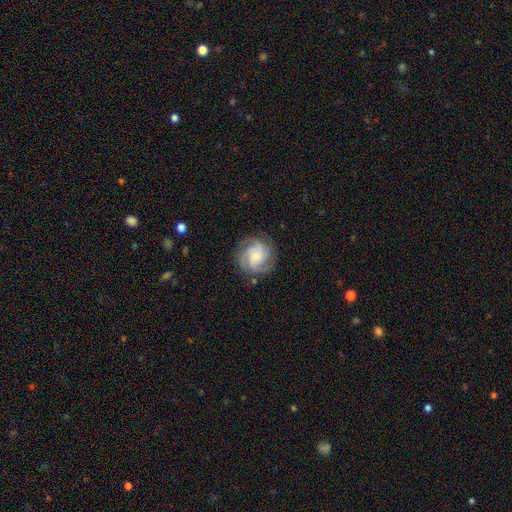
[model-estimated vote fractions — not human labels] Smooth or featured? featured or disk (83%)
Edge-on disk? no (98%)
Bar? no (71%)
Spiral arms? yes (98%)
Spiral winding? tight (56%)
Spiral arm count? 3 (45%)
Bulge size? small (49%)
Merging? none (83%)